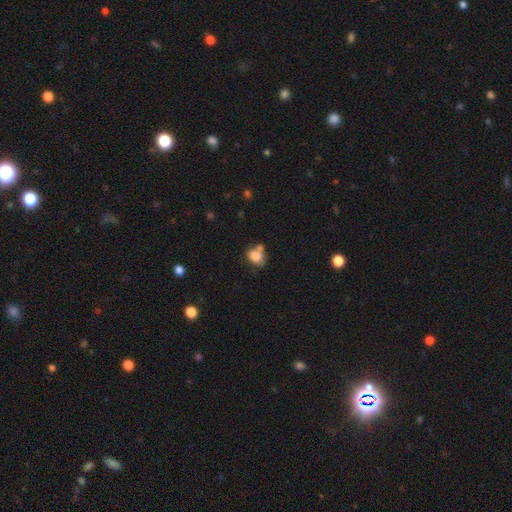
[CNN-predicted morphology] A smooth galaxy with no disk features (81%) that is in between round and cigar-shaped (63%). Merging: none (43%).